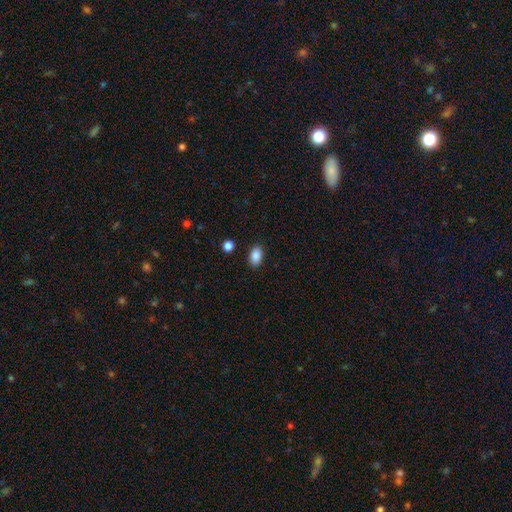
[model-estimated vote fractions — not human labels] Smooth or featured? Predicted: smooth (p=0.88). How rounded? Predicted: in between (p=0.88). Merging? Predicted: none (p=0.88).